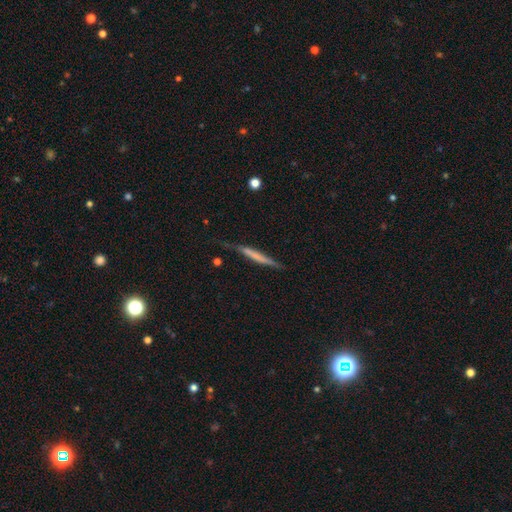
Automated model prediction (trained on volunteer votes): Morphology: type=smooth (49%); merging=none (64%).